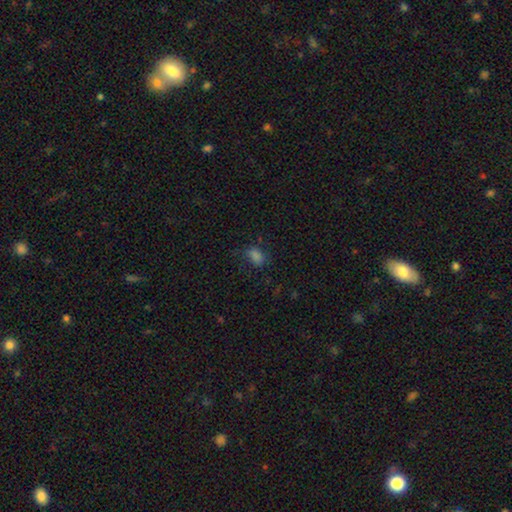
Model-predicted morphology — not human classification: smooth_or_featured: smooth (p=0.78) [alt: star or artifact p=0.16]
how_rounded: in between (p=0.80) [alt: round p=0.18]
merging: none (p=0.69) [alt: minor disturbance p=0.19]